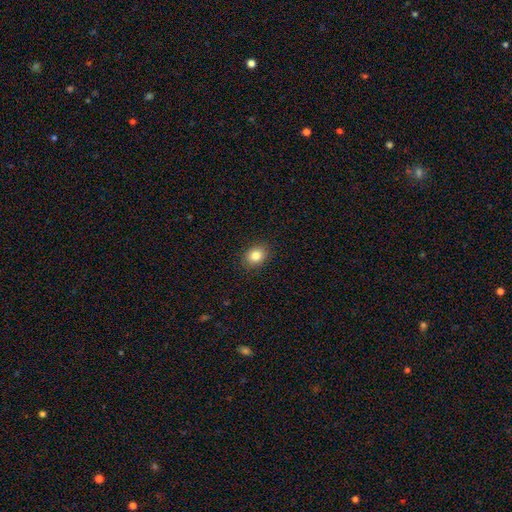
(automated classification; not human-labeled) Morphology: type=smooth (83%); roundness=round (54%); merging=none (89%).